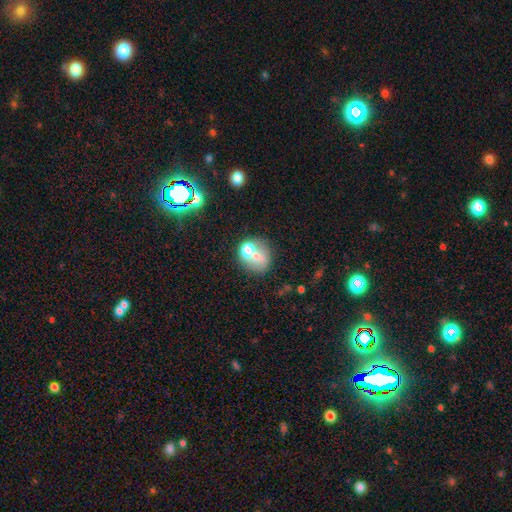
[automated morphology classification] Smooth or featured? smooth (59%)
How rounded? round (67%)
Merging? merger (47%)